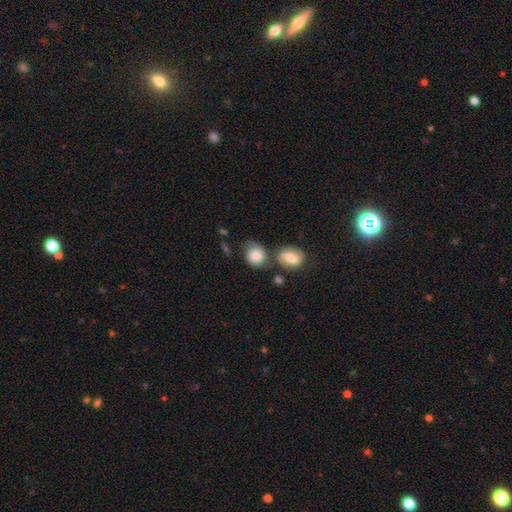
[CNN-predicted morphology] smooth-or-featured: smooth: 80% | featured or disk: 13% | star or artifact: 7%
  how-rounded: round: 70% | in between: 29% | cigar-shaped: 1%
  merging: none: 51% | merger: 21% | minor disturbance: 20% | major disturbance: 8%